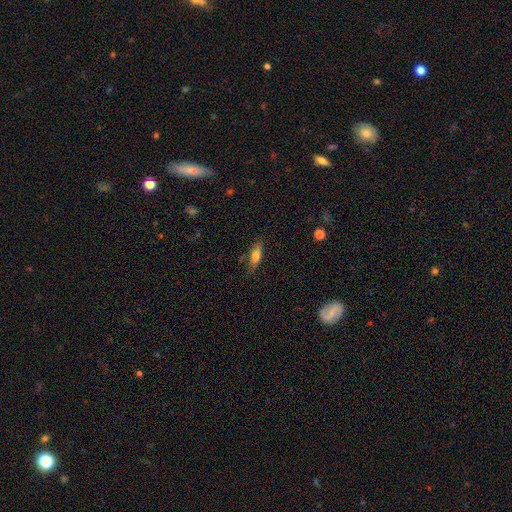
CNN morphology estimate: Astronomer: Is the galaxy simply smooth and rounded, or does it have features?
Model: smooth — 71%.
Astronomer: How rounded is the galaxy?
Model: in between — 61%.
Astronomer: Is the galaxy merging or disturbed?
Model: none — 75%.